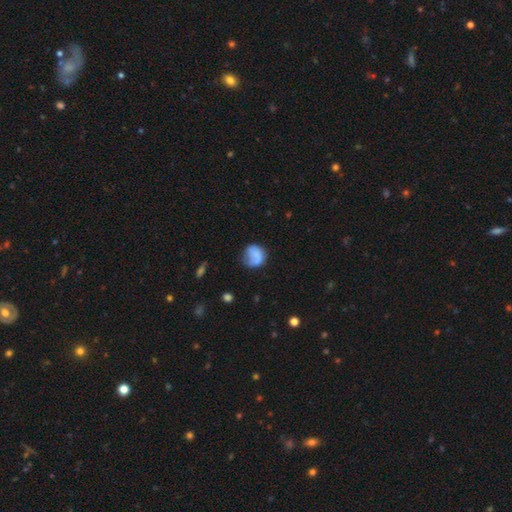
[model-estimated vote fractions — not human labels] Q: Smooth or featured?
A: smooth (70%); runner-up: featured or disk (22%)
Q: How rounded?
A: round (75%); runner-up: in between (23%)
Q: Merging?
A: none (51%); runner-up: minor disturbance (28%)